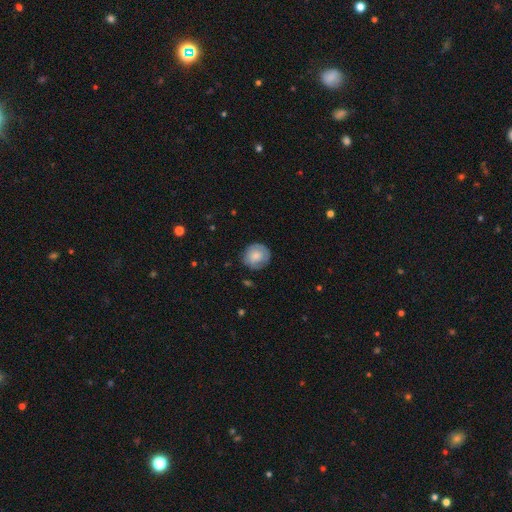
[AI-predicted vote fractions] Smooth or featured?
  - smooth: 71% *
  - featured or disk: 22%
  - star or artifact: 7%
How rounded?
  - round: 89% *
  - in between: 10%
  - cigar-shaped: 1%
Merging?
  - none: 80% *
  - minor disturbance: 15%
  - major disturbance: 4%
  - merger: 1%